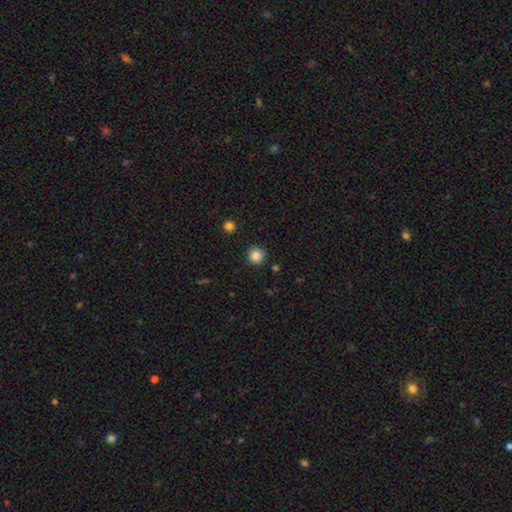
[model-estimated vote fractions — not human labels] Smooth or featured: smooth — 86% (star or artifact — 10%)
How rounded: round — 94% (in between — 5%)
Merging: none — 90% (minor disturbance — 6%)